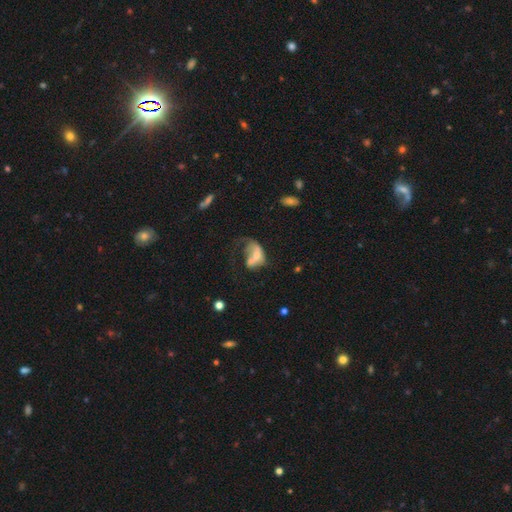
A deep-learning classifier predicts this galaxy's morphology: A smooth galaxy with no disk features (46%).

Vote fractions:
- Smooth or featured? smooth: 46% / featured or disk: 43% / star or artifact: 11%
- Merging? major disturbance: 54% / merger: 17% / none: 15% / minor disturbance: 14%